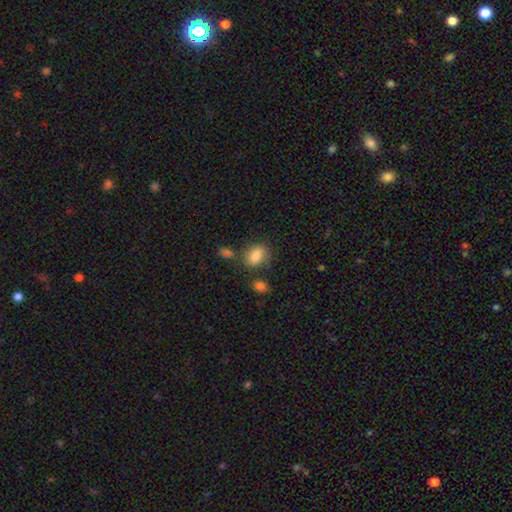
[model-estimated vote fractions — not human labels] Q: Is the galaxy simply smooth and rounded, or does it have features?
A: smooth — 82%.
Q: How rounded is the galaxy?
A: in between — 71%.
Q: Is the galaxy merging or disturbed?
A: none — 68%.